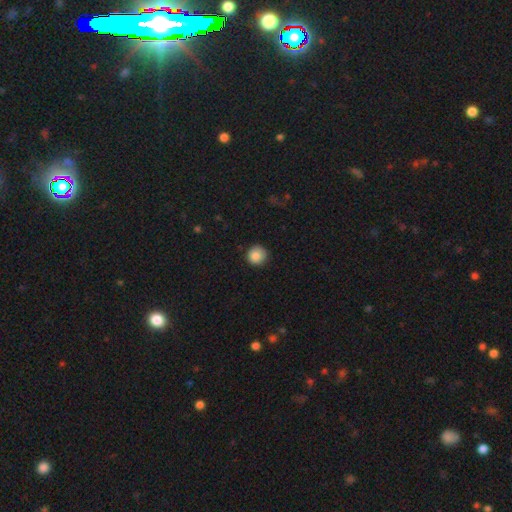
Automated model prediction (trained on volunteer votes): Smooth or featured?
  - smooth: 86% *
  - star or artifact: 9%
  - featured or disk: 4%
How rounded?
  - round: 94% *
  - in between: 5%
  - cigar-shaped: 1%
Merging?
  - none: 88% *
  - minor disturbance: 9%
  - major disturbance: 2%
  - merger: 1%